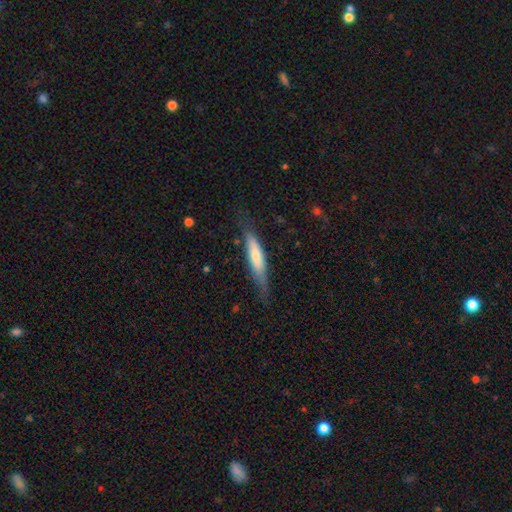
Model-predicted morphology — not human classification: This is possibly a smooth galaxy (57%). How rounded: likely cigar-shaped (79%). Merging: likely none (67%).